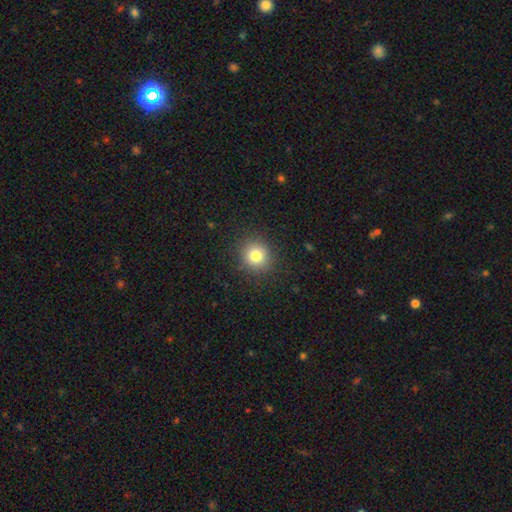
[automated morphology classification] Smooth or featured? smooth (81%)
How rounded? round (88%)
Merging? none (89%)